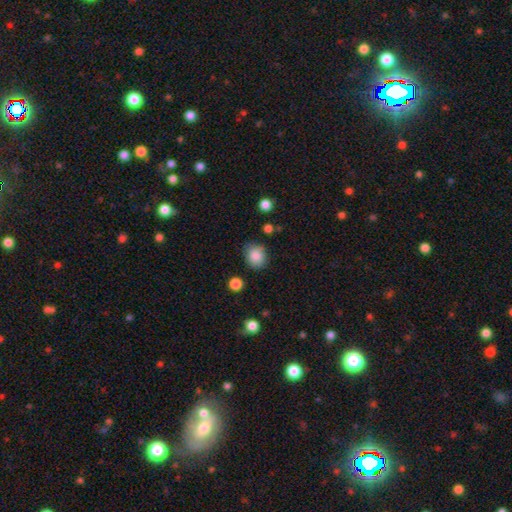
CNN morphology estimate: Smooth or featured? Predicted: smooth (p=0.87). How rounded? Predicted: round (p=0.63). Merging? Predicted: none (p=0.78).